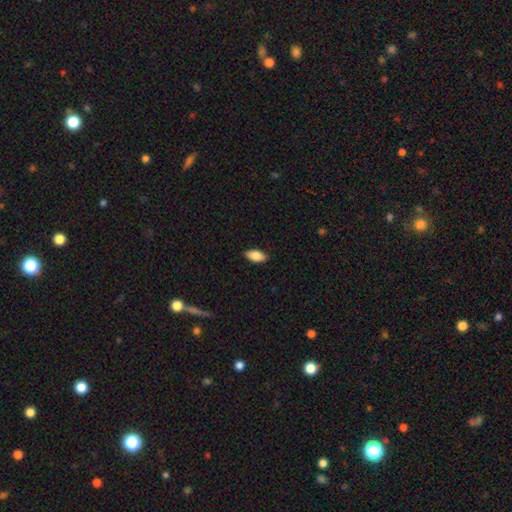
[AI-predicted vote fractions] A smooth galaxy with no disk features (83%) that is in between round and cigar-shaped (91%). Merging: none (88%).